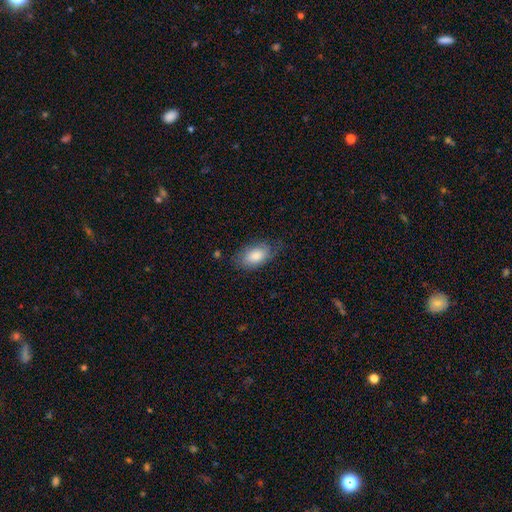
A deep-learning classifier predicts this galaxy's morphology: Smooth or featured: smooth — 77% (featured or disk — 16%)
How rounded: in between — 92% (round — 5%)
Merging: none — 70% (minor disturbance — 23%)